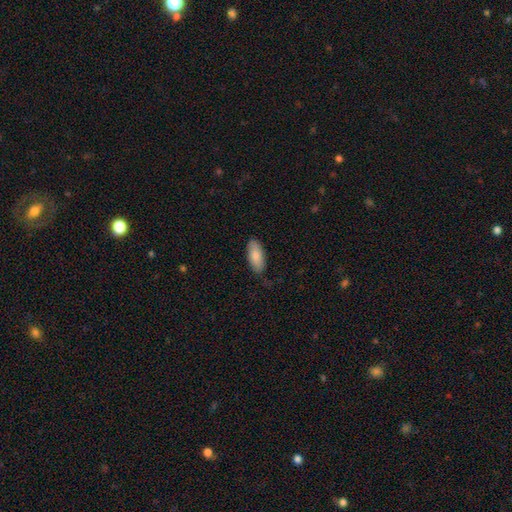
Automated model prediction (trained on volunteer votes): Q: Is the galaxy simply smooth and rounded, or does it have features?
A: smooth — 85%.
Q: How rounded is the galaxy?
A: in between — 86%.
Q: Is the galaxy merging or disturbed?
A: none — 82%.